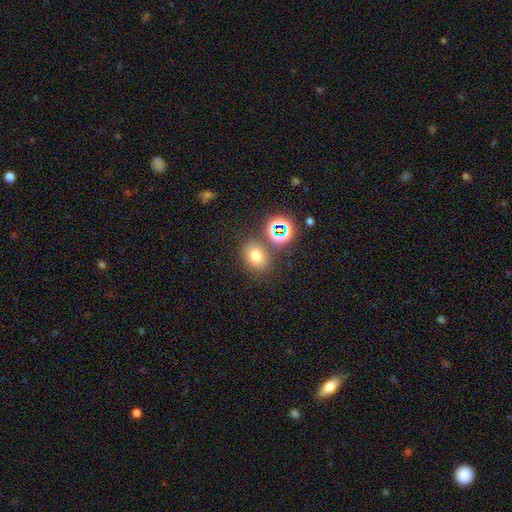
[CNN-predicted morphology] Smooth or featured?
  - smooth: 69% *
  - star or artifact: 21%
  - featured or disk: 10%
How rounded?
  - round: 52% *
  - in between: 47%
  - cigar-shaped: 1%
Merging?
  - none: 74% *
  - merger: 12%
  - minor disturbance: 11%
  - major disturbance: 4%